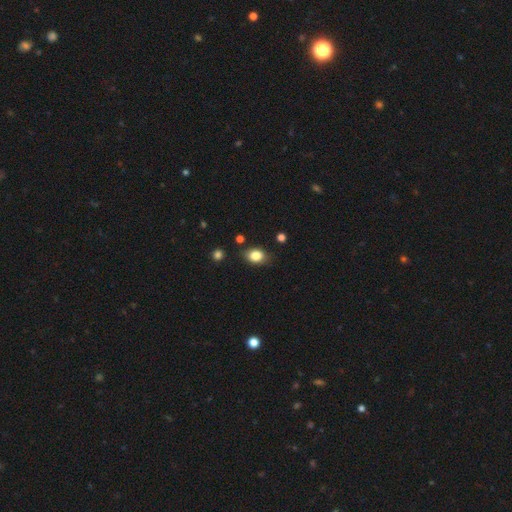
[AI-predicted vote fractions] smooth_or_featured: smooth (p=0.84) [alt: star or artifact p=0.09]
how_rounded: in between (p=0.73) [alt: round p=0.25]
merging: none (p=0.79) [alt: minor disturbance p=0.15]